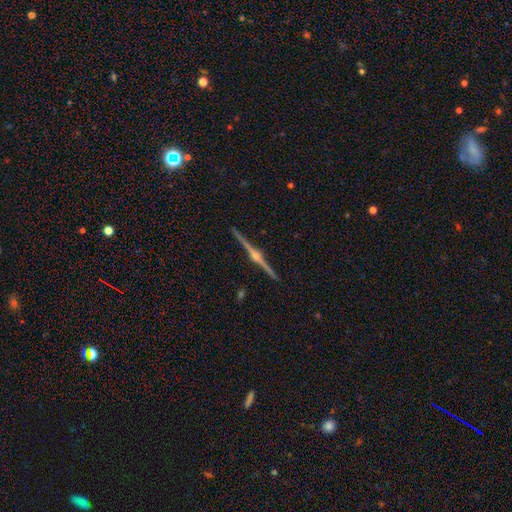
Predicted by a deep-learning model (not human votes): featured or disk 90%, star or artifact 5%, smooth 5%. Down the decision tree: edge-on disk — yes (99%); edge-on bulge — rounded (94%); merging — none (93%).